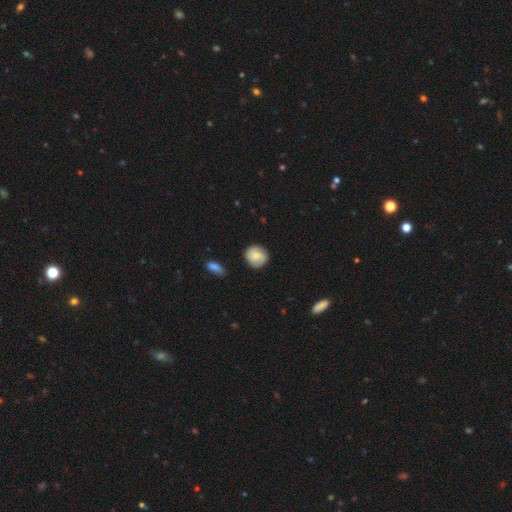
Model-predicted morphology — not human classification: A smooth galaxy with no disk features (66%) that is round (86%).

Vote fractions:
- Smooth or featured? smooth: 66% / featured or disk: 27% / star or artifact: 7%
- How rounded? round: 86% / in between: 13% / cigar-shaped: 1%
- Merging? none: 82% / minor disturbance: 13% / major disturbance: 3% / merger: 2%